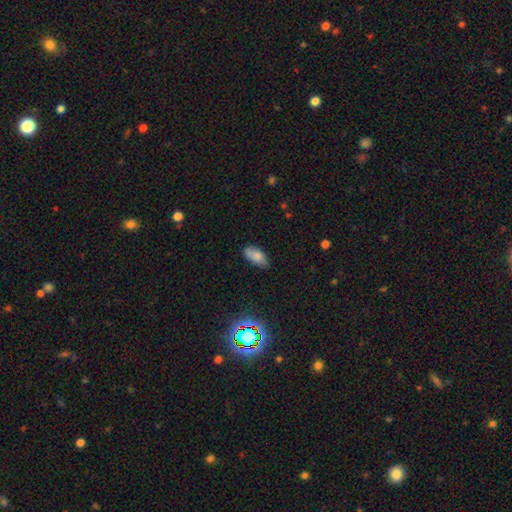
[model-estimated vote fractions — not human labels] Smooth or featured: smooth — 80% (featured or disk — 11%)
How rounded: in between — 92% (cigar-shaped — 5%)
Merging: none — 74% (minor disturbance — 21%)